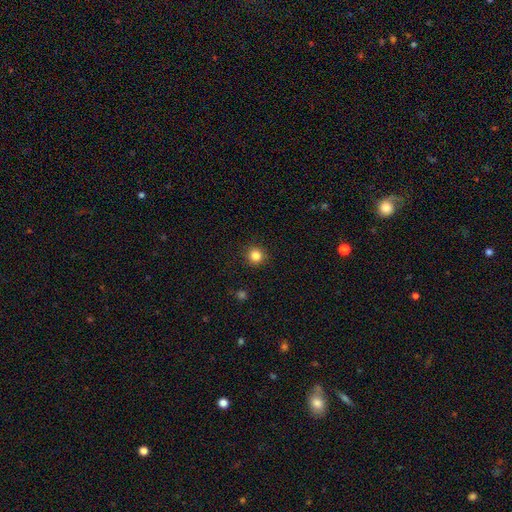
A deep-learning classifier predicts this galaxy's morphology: Smooth or featured: smooth — 84% (star or artifact — 12%)
How rounded: round — 94% (in between — 5%)
Merging: none — 92% (minor disturbance — 5%)